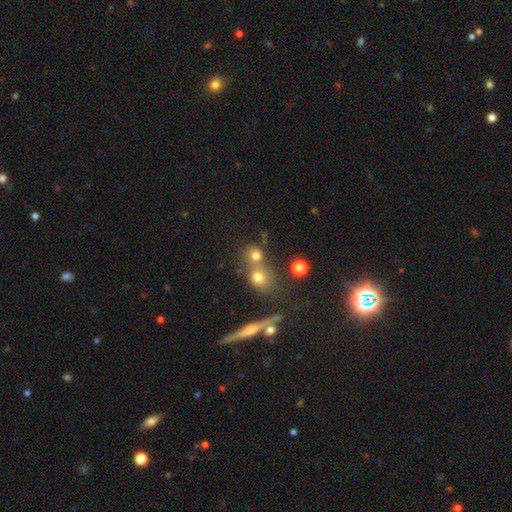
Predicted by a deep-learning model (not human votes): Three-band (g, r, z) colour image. It shows a smooth galaxy with no disk features (73%) that is round (84%). Merging: none (49%).